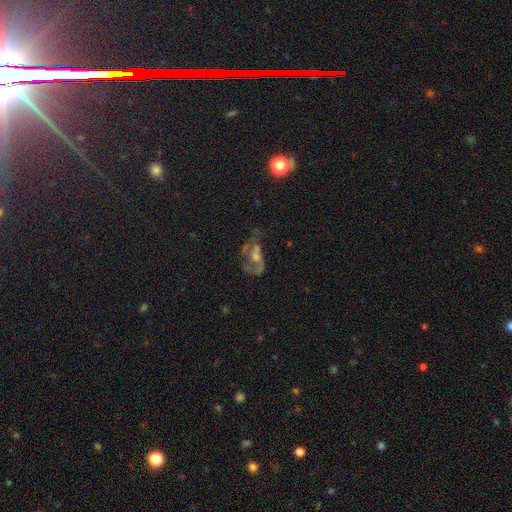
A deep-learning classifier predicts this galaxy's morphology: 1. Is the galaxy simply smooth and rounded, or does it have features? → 63% featured or disk, 20% star or artifact, 17% smooth.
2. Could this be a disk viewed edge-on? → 94% no, 6% yes.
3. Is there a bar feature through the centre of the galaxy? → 66% no, 26% weak, 8% strong.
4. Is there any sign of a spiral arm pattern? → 64% yes, 36% no.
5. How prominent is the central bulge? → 42% moderate, 32% small, 15% none, 8% large, 2% dominant.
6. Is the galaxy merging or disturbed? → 38% major disturbance (tied), 38% none (tied), 17% minor disturbance, 7% merger.